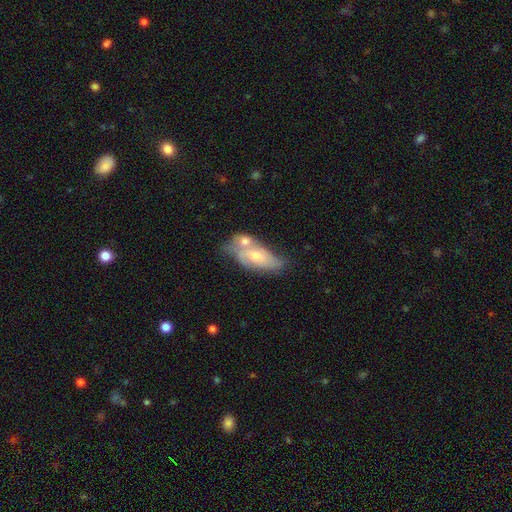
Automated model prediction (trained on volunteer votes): Smooth or featured? smooth (48%)
Merging? merger (48%)